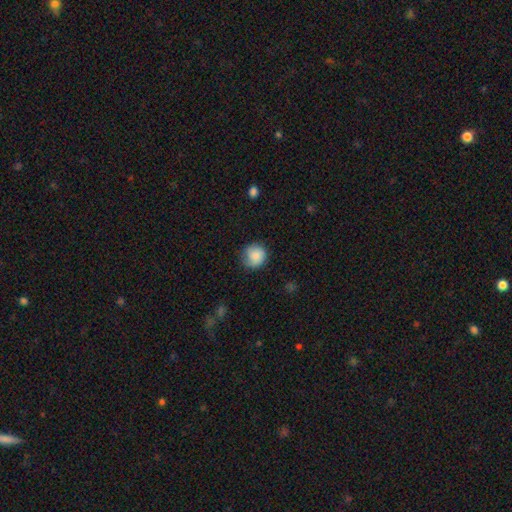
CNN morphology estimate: Smooth or featured? smooth (83%)
How rounded? round (91%)
Merging? none (72%)